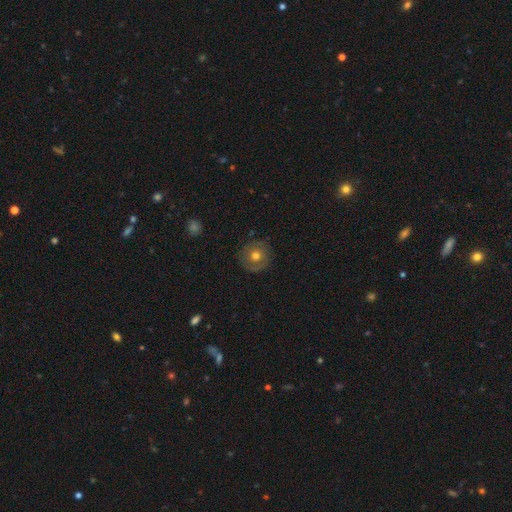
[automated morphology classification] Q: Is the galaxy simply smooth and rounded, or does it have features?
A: smooth — 53%.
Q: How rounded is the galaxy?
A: round — 93%.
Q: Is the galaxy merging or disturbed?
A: none — 84%.